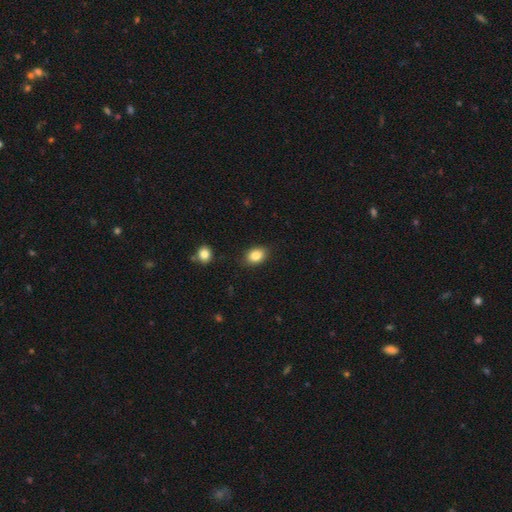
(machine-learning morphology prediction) A smooth galaxy with no disk features (84%) that is in between round and cigar-shaped (65%).

Vote fractions:
- Smooth or featured? smooth: 84% / star or artifact: 9% / featured or disk: 7%
- How rounded? in between: 65% / round: 34% / cigar-shaped: 1%
- Merging? none: 84% / minor disturbance: 12% / major disturbance: 2% / merger: 2%